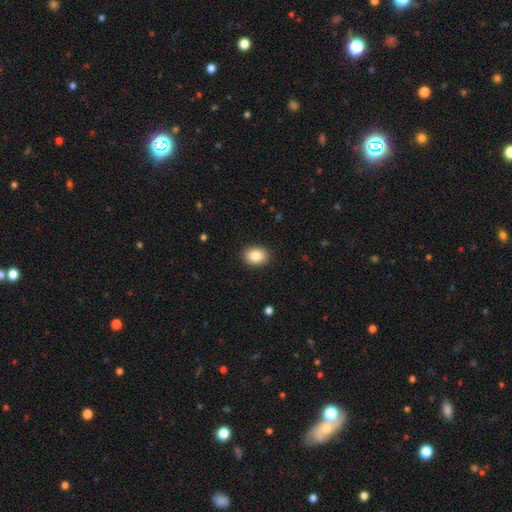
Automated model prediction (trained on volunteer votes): A smooth galaxy with no disk features (86%) that is in between round and cigar-shaped (71%).

Vote fractions:
- Smooth or featured? smooth: 86% / star or artifact: 8% / featured or disk: 6%
- How rounded? in between: 71% / round: 28% / cigar-shaped: 1%
- Merging? none: 90% / minor disturbance: 7% / major disturbance: 2% / merger: 1%